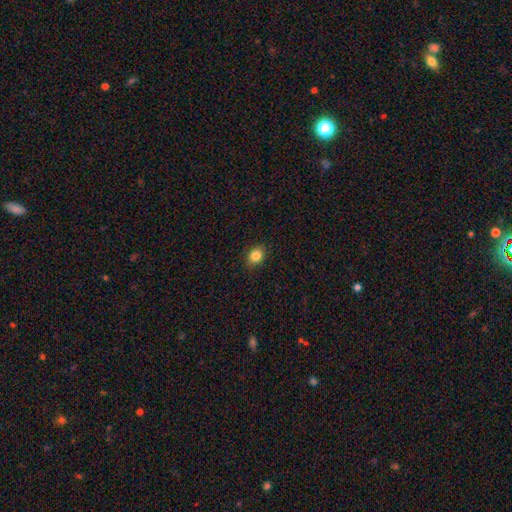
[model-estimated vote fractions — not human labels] Smooth or featured?
  - smooth: 85% *
  - star or artifact: 10%
  - featured or disk: 5%
How rounded?
  - round: 55% *
  - in between: 44%
  - cigar-shaped: 1%
Merging?
  - none: 89% *
  - minor disturbance: 8%
  - major disturbance: 2%
  - merger: 1%